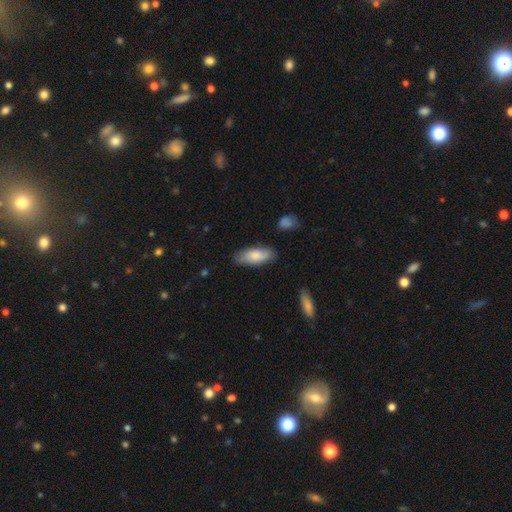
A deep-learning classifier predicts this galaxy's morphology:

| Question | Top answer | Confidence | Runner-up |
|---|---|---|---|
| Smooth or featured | smooth | 74% | featured or disk (20%) |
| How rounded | in between | 78% | cigar-shaped (20%) |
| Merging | none | 77% | minor disturbance (17%) |